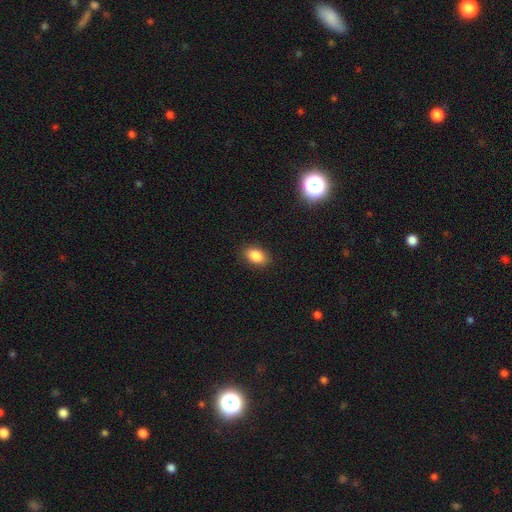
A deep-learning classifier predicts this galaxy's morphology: A smooth galaxy with no disk features (87%) that is in between round and cigar-shaped (87%).

Vote fractions:
- Smooth or featured? smooth: 87% / star or artifact: 9% / featured or disk: 5%
- How rounded? in between: 87% / round: 11% / cigar-shaped: 2%
- Merging? none: 88% / minor disturbance: 8% / major disturbance: 2% / merger: 1%